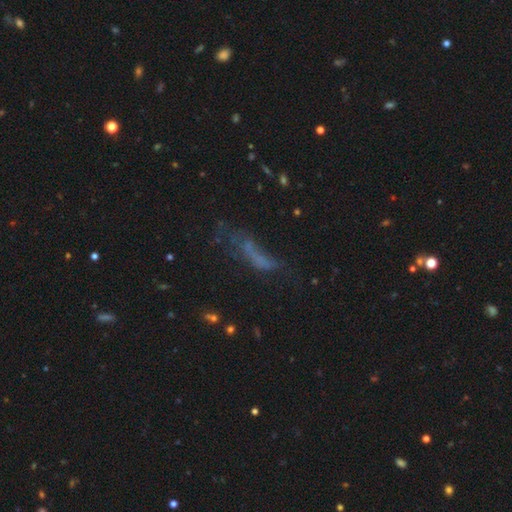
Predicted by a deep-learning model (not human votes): A smooth galaxy with no disk features (42%).

Vote fractions:
- Smooth or featured? smooth: 42% / featured or disk: 34% / star or artifact: 25%
- Merging? none: 35% (tied) / major disturbance: 35% (tied) / minor disturbance: 21% / merger: 9%